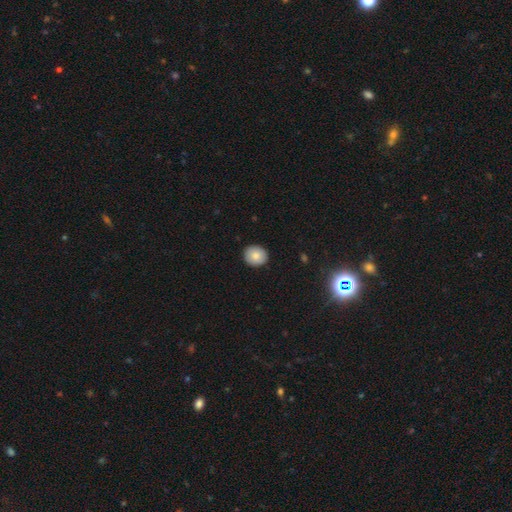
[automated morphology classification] Smooth or featured? Predicted: smooth (p=0.83). How rounded? Predicted: round (p=0.81). Merging? Predicted: none (p=0.91).